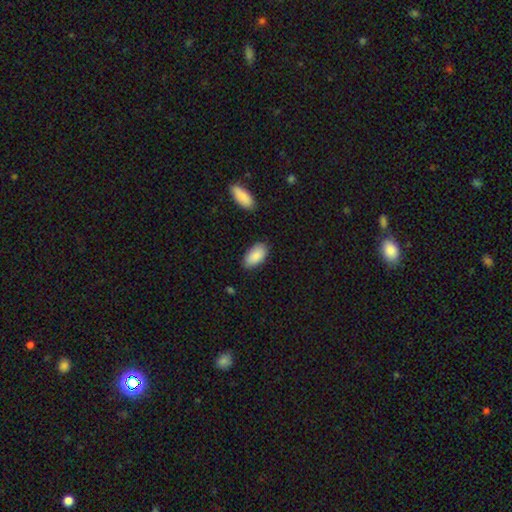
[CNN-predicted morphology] smooth-or-featured: smooth: 87% | featured or disk: 7% | star or artifact: 6%
  how-rounded: in between: 95% | round: 3% | cigar-shaped: 3%
  merging: none: 81% | minor disturbance: 14% | major disturbance: 3% | merger: 2%